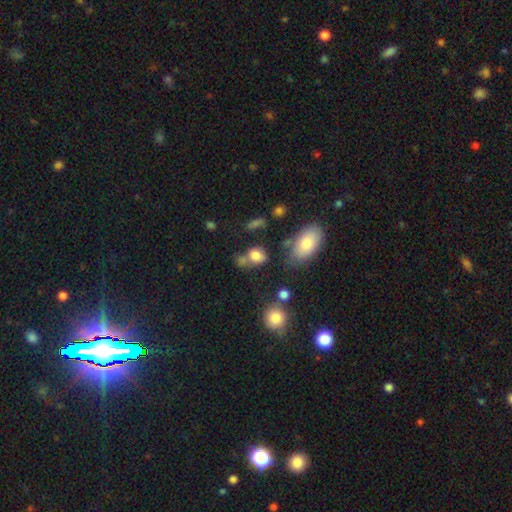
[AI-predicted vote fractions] Overall: smooth (79%). How rounded: in between (60%; round 38%). Merging: none (47%; merger 27%).